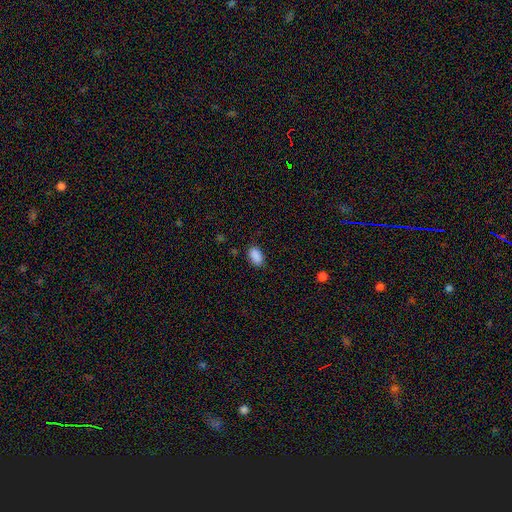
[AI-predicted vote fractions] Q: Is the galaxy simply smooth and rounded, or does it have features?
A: smooth — 89%.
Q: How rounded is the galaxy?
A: in between — 92%.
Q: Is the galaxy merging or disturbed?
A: none — 83%.